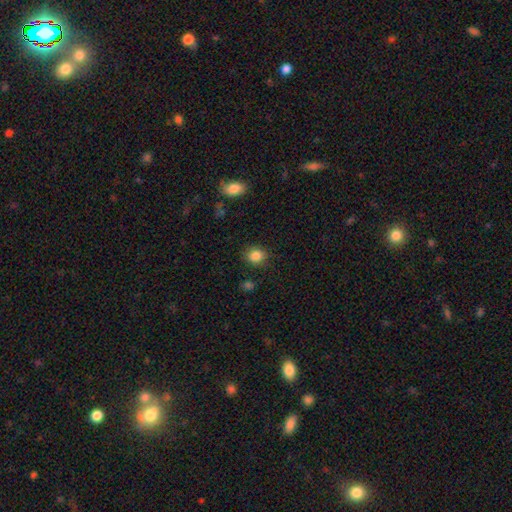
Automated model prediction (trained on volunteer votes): smooth-or-featured: smooth: 86% | star or artifact: 10% | featured or disk: 4%
  how-rounded: round: 73% | in between: 26% | cigar-shaped: 1%
  merging: none: 83% | minor disturbance: 12% | major disturbance: 3% | merger: 2%